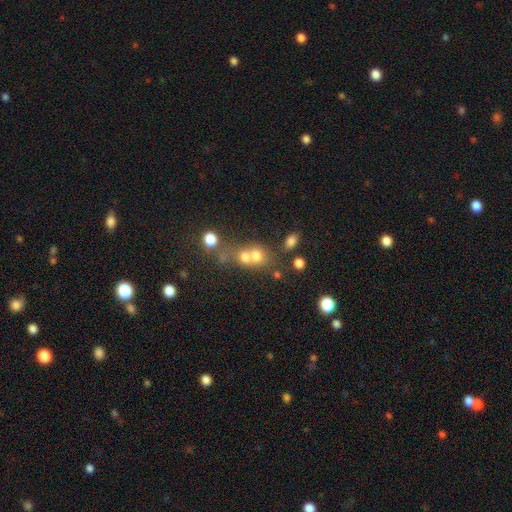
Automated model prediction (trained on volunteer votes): Morphology: type=smooth (68%); roundness=round (70%); merging=merger (58%).